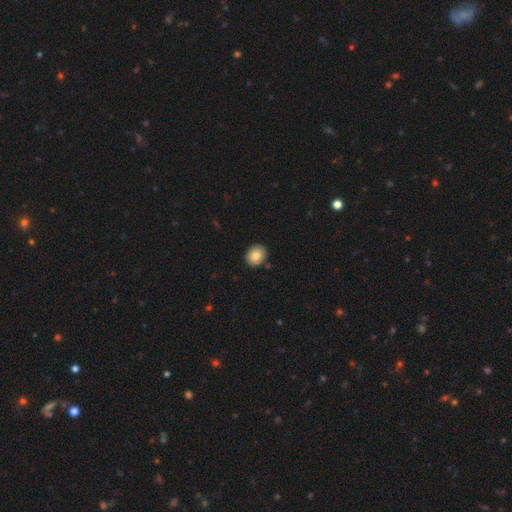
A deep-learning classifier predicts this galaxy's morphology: smooth 83%, featured or disk 9%, star or artifact 8%. Down the decision tree: how rounded — round (67%); merging — none (88%).